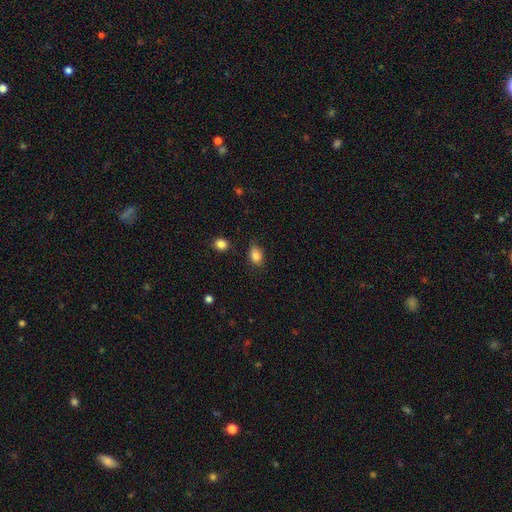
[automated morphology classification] smooth 85%, star or artifact 10%, featured or disk 5%. Down the decision tree: how rounded — in between (73%); merging — none (72%).